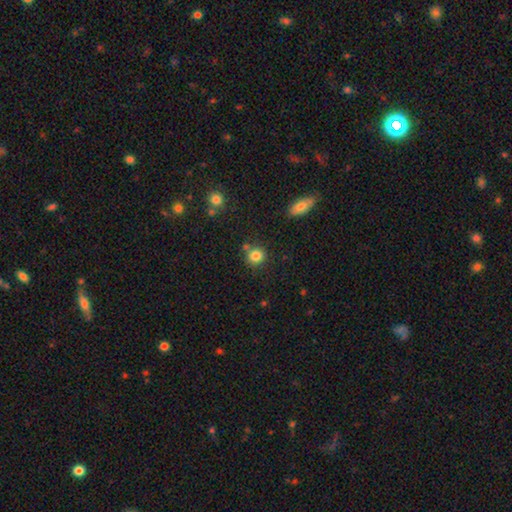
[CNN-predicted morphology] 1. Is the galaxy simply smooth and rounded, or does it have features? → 83% smooth, 11% star or artifact, 6% featured or disk.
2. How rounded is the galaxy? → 86% round, 13% in between, 1% cigar-shaped.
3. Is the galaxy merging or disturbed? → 73% none, 12% merger, 12% minor disturbance, 3% major disturbance.